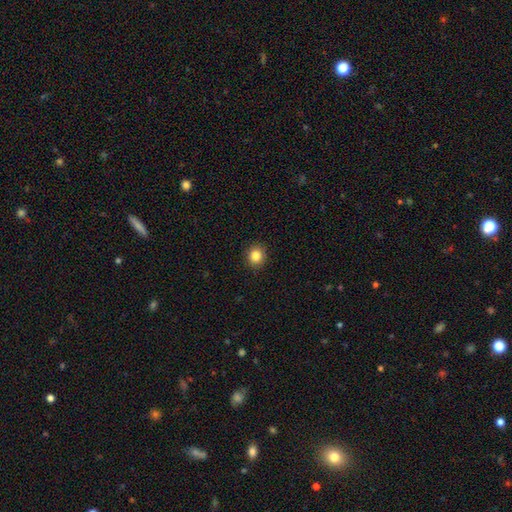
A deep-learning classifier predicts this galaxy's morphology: smooth 85%, star or artifact 10%, featured or disk 5%. Down the decision tree: how rounded — round (84%); merging — none (91%).